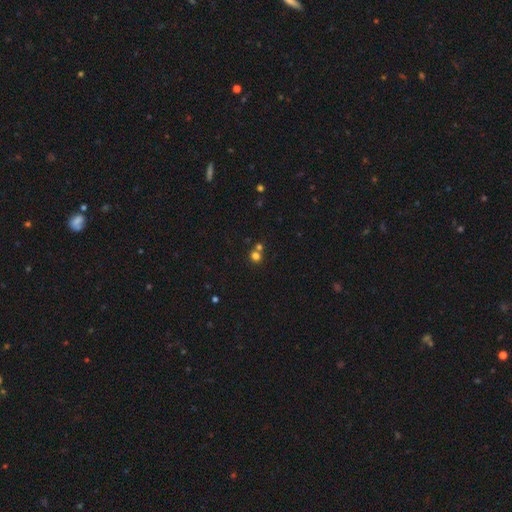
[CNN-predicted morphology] smooth 73%, star or artifact 19%, featured or disk 8%. Down the decision tree: how rounded — round (82%); merging — none (58%).